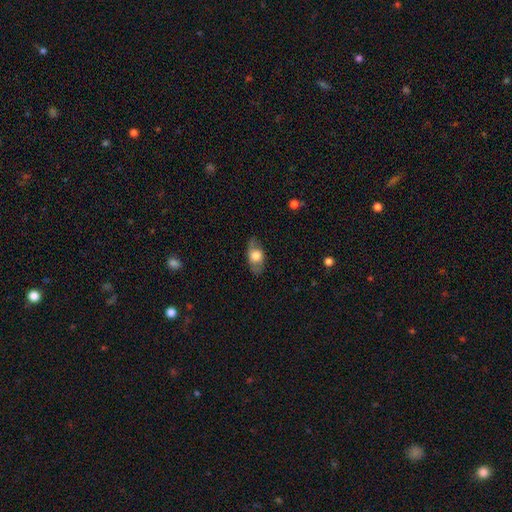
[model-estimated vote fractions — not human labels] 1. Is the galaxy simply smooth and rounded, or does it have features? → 61% smooth, 32% featured or disk, 7% star or artifact.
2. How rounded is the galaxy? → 82% in between, 12% round, 6% cigar-shaped.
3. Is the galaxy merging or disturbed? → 74% none, 18% minor disturbance, 6% major disturbance, 1% merger.